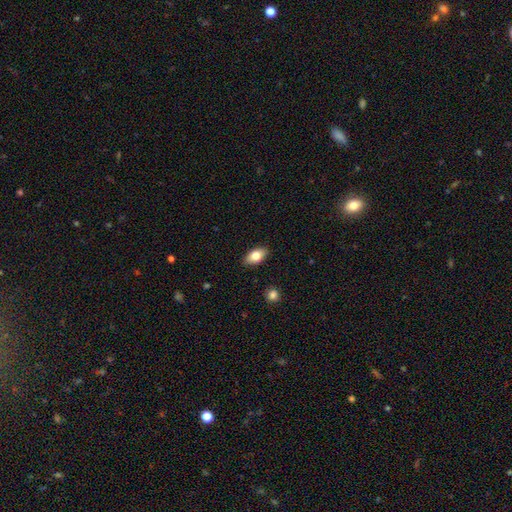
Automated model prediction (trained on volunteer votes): The model was most divided on "smooth or featured": smooth: 79%, featured or disk: 14%, star or artifact: 7%. More confident: how rounded — in between (91%); merging — none (88%).